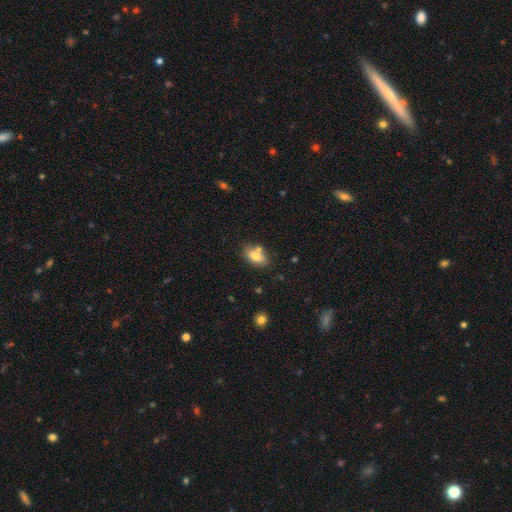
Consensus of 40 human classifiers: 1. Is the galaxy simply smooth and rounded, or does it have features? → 72% smooth, 25% featured or disk, 2% star or artifact.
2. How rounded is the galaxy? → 93% in between, 7% round, 0% cigar-shaped.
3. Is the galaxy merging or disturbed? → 49% none, 31% merger, 18% minor disturbance, 3% major disturbance.